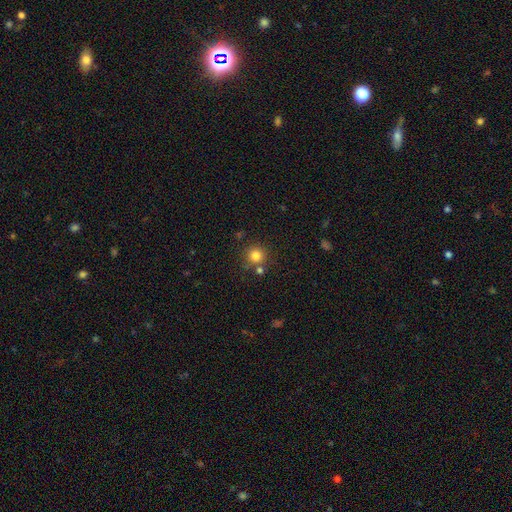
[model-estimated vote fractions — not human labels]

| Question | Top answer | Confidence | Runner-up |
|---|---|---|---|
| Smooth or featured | smooth | 81% | star or artifact (13%) |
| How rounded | round | 93% | in between (6%) |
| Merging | none | 77% | merger (11%) |